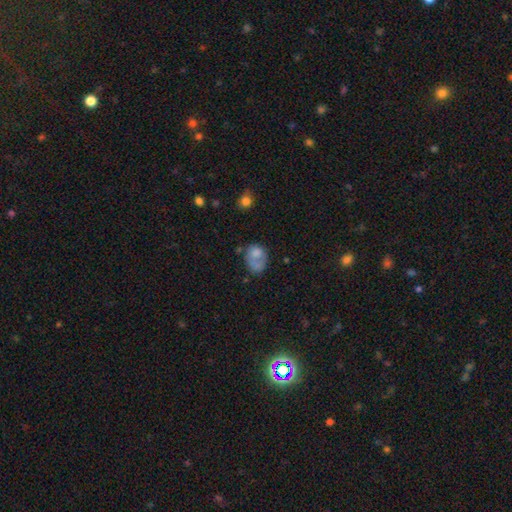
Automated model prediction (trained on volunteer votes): This is likely a smooth galaxy (69%). How rounded: possibly in between (60%). Merging: marginally none (36%).